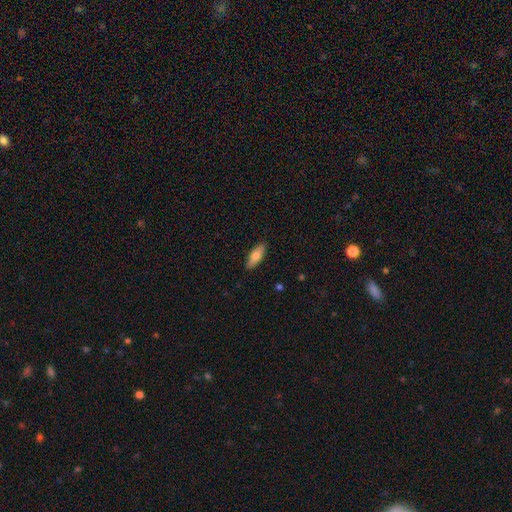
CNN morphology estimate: Smooth or featured? Predicted: smooth (p=0.75). How rounded? Predicted: in between (p=0.68). Merging? Predicted: none (p=0.88).